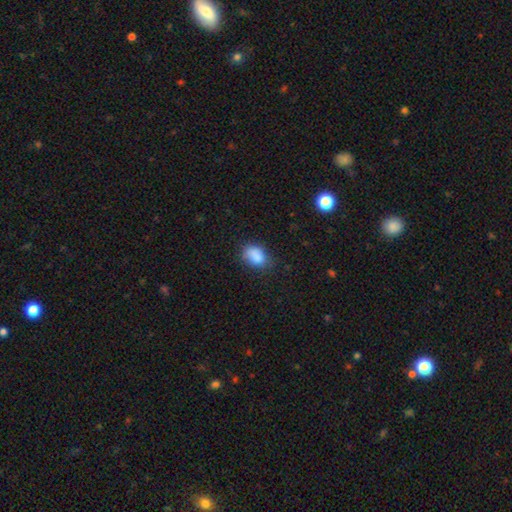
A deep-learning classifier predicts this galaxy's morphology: Smooth or featured: smooth — 84% (star or artifact — 9%)
How rounded: in between — 78% (round — 21%)
Merging: none — 64% (minor disturbance — 26%)